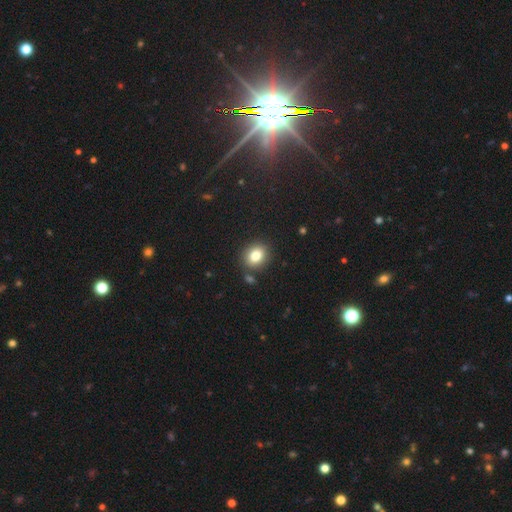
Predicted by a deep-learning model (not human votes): smooth_or_featured: smooth (p=0.82) [alt: star or artifact p=0.11]
how_rounded: round (p=0.61) [alt: in between p=0.38]
merging: none (p=0.83) [alt: minor disturbance p=0.09]